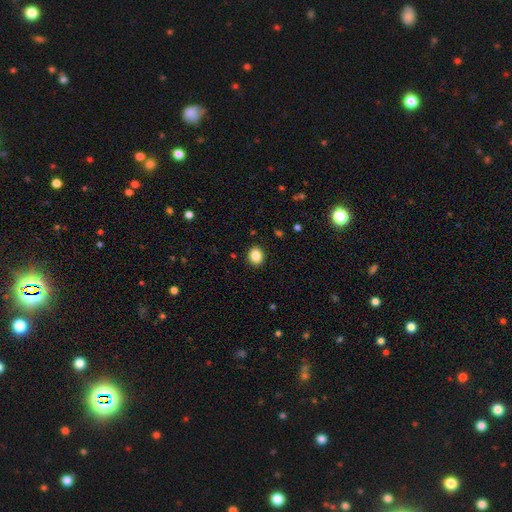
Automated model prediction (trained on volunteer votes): A smooth galaxy with no disk features (87%) that is round (62%).

Vote fractions:
- Smooth or featured? smooth: 87% / star or artifact: 9% / featured or disk: 4%
- How rounded? round: 62% / in between: 37% / cigar-shaped: 1%
- Merging? none: 91% / minor disturbance: 6% / major disturbance: 2% / merger: 1%